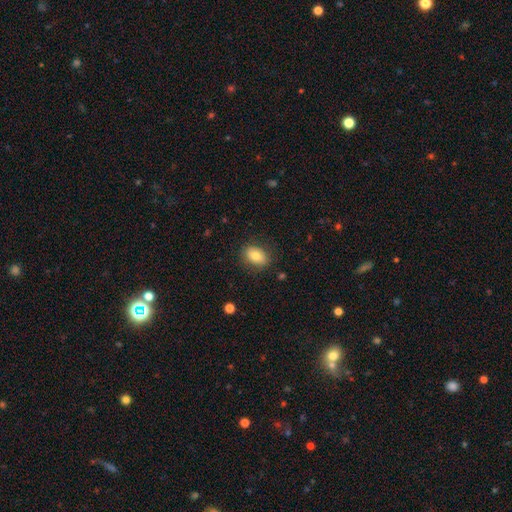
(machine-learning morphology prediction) Smooth or featured? Predicted: smooth (p=0.79). How rounded? Predicted: in between (p=0.77). Merging? Predicted: none (p=0.84).